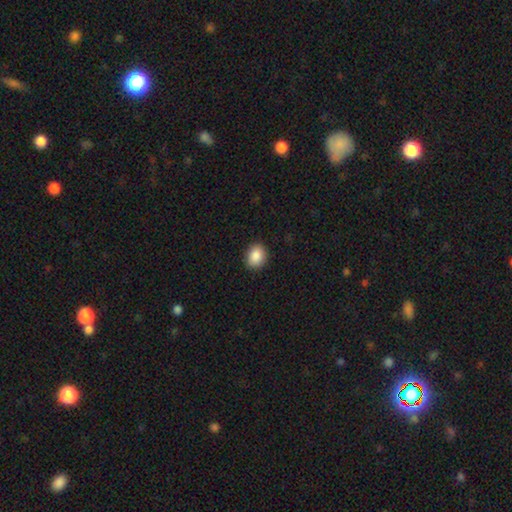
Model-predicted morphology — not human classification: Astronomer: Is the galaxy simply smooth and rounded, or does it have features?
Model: smooth — 88%.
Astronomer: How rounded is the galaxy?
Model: round — 50% (runner-up: in between, 49%).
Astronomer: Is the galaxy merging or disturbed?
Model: none — 89%.